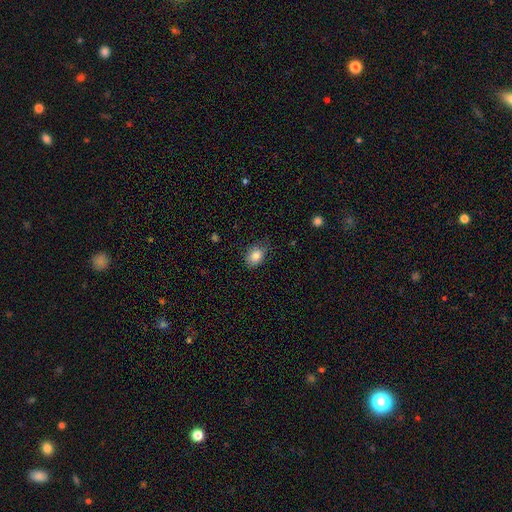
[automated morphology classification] Smooth or featured: smooth — 85% (star or artifact — 9%)
How rounded: in between — 67% (round — 32%)
Merging: none — 74% (minor disturbance — 21%)